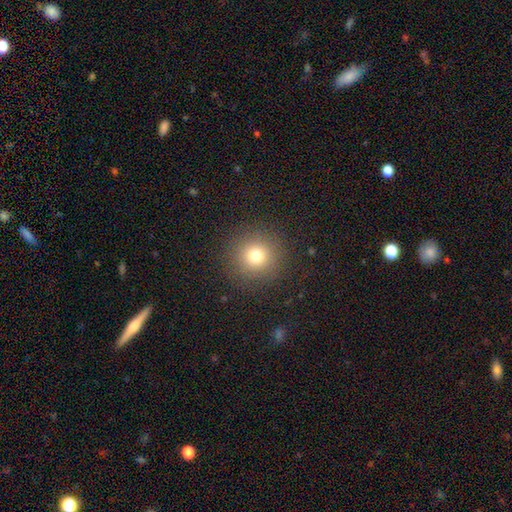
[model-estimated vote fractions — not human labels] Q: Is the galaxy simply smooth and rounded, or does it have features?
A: smooth — 76%.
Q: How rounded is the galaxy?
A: round — 94%.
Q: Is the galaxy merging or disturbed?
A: none — 89%.